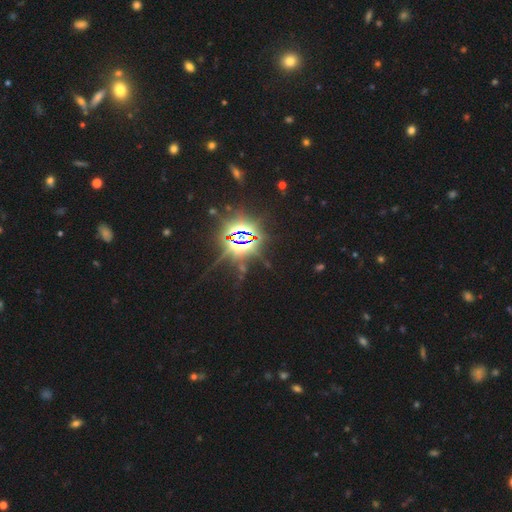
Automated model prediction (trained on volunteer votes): Smooth or featured: star or artifact — 86% (smooth — 7%)